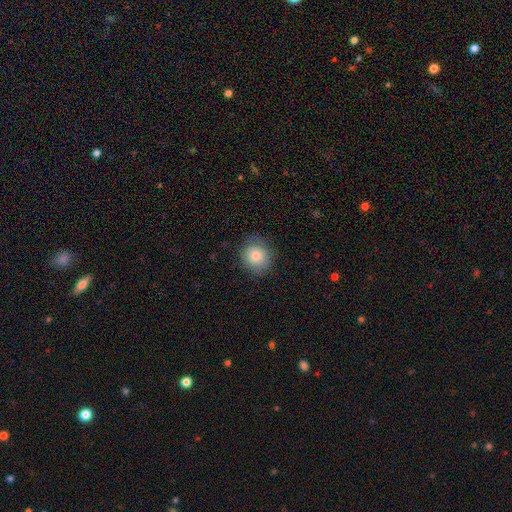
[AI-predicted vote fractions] The model was most divided on "merging": none: 78%, minor disturbance: 16%, major disturbance: 5%, merger: 1%. More confident: how rounded — round (81%); smooth or featured — smooth (81%).